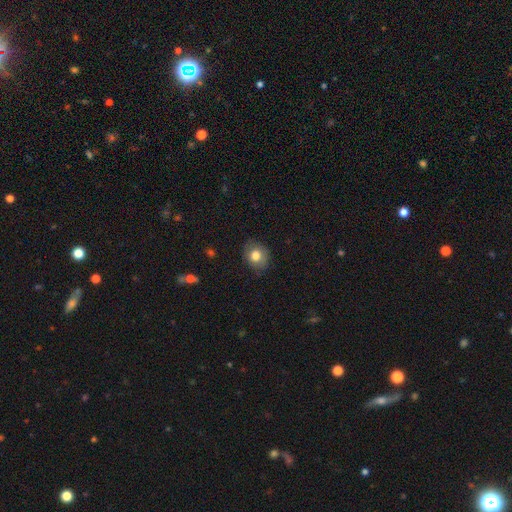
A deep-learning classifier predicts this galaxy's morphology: The model was most divided on "how rounded": round: 63%, in between: 36%, cigar-shaped: 1%. More confident: merging — none (82%); smooth or featured — smooth (79%).